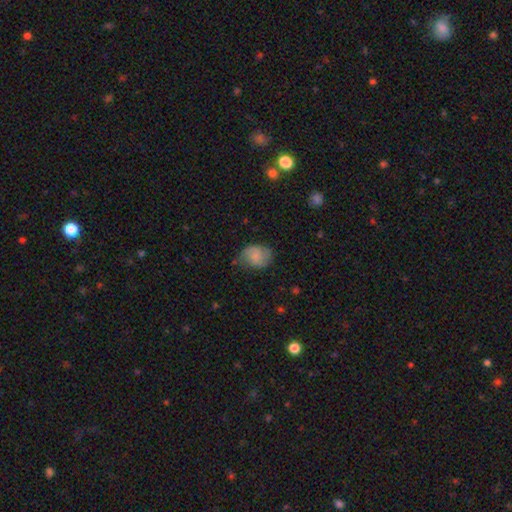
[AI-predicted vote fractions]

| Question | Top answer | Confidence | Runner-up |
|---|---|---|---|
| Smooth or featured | smooth | 66% | featured or disk (26%) |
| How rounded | in between | 59% | round (40%) |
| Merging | none | 57% | minor disturbance (32%) |